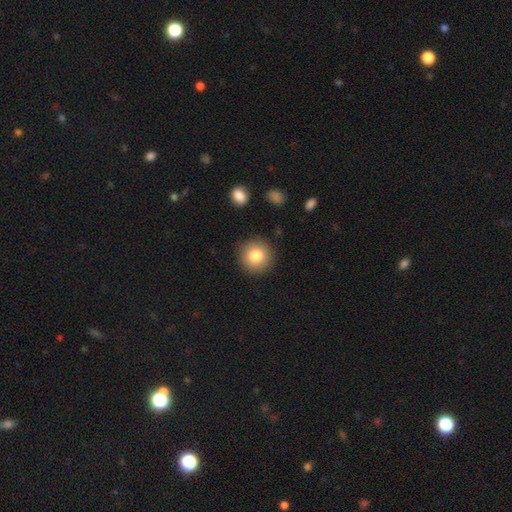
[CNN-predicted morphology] Overall: smooth (81%). How rounded: round (94%). Merging: none (90%).